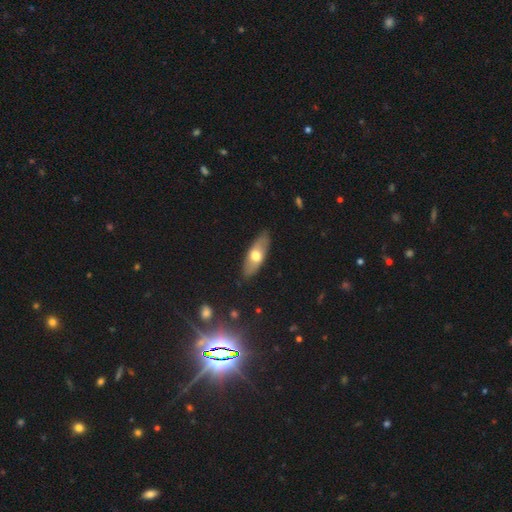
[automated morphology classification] type=smooth (56%); roundness=in between (70%); merging=none (85%).